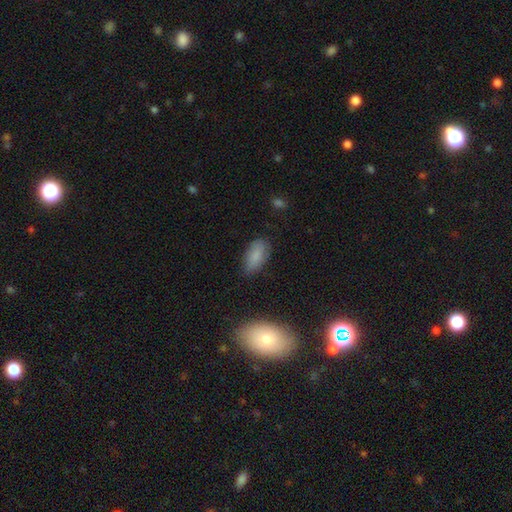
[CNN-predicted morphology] smooth-or-featured: smooth: 84% | star or artifact: 9% | featured or disk: 8%
  how-rounded: in between: 91% | cigar-shaped: 6% | round: 3%
  merging: none: 74% | minor disturbance: 20% | major disturbance: 4% | merger: 2%